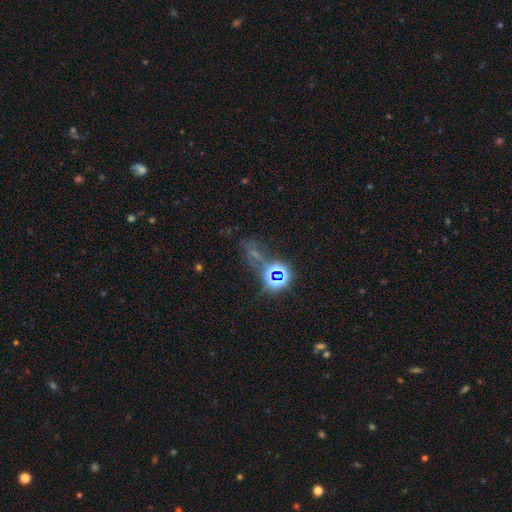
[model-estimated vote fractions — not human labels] smooth_or_featured: star or artifact (p=0.67) [alt: smooth p=0.19]